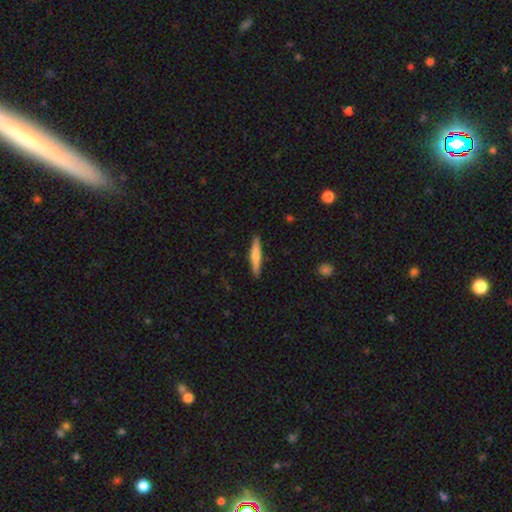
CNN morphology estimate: Smooth or featured?
  - smooth: 58% *
  - featured or disk: 37%
  - star or artifact: 5%
How rounded?
  - cigar-shaped: 90% *
  - in between: 8%
  - round: 2%
Merging?
  - none: 89% *
  - minor disturbance: 8%
  - major disturbance: 2%
  - merger: 1%